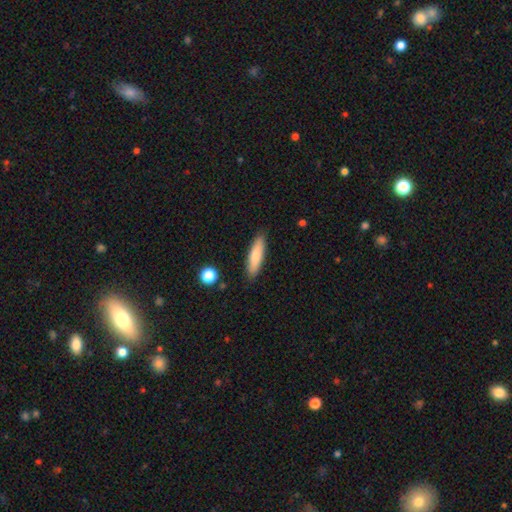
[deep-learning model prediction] Smooth or featured?
  - smooth: 77% *
  - featured or disk: 17%
  - star or artifact: 6%
How rounded?
  - cigar-shaped: 68% *
  - in between: 31%
  - round: 2%
Merging?
  - none: 87% *
  - minor disturbance: 10%
  - major disturbance: 2%
  - merger: 2%